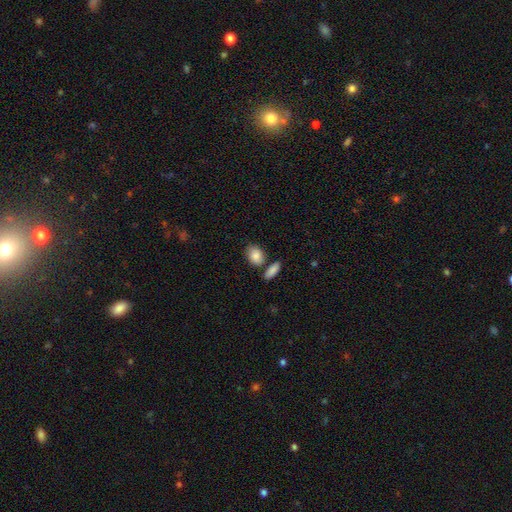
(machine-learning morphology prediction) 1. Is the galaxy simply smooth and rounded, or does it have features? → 86% smooth, 7% featured or disk, 7% star or artifact.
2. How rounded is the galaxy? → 76% in between, 22% round, 2% cigar-shaped.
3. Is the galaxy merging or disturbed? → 66% none, 17% merger, 14% minor disturbance, 3% major disturbance.